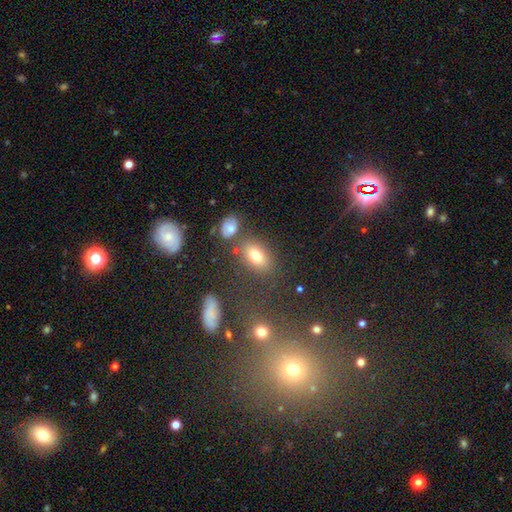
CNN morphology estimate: Smooth or featured? smooth (74%)
How rounded? in between (81%)
Merging? none (74%)